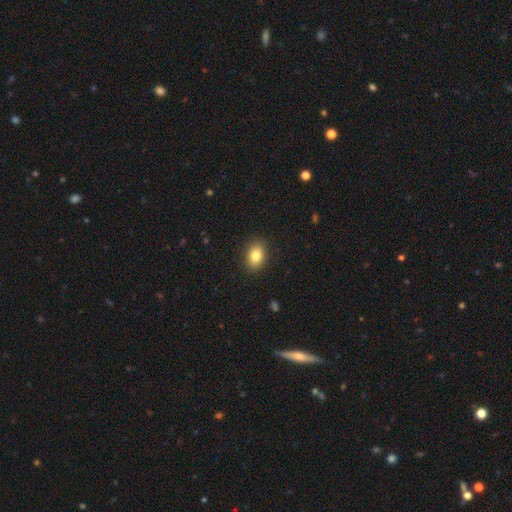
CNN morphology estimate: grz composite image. It shows a smooth galaxy with no disk features (83%) that is in between round and cigar-shaped (72%). Merging: none (89%).